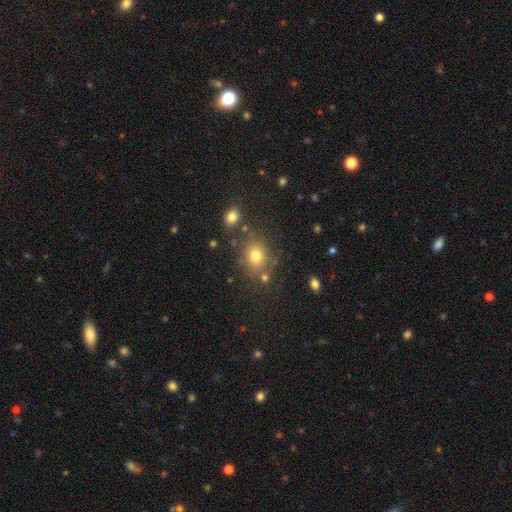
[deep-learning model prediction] Overall: smooth (74%). How rounded: round (59%; in between 40%). Merging: none (74%).